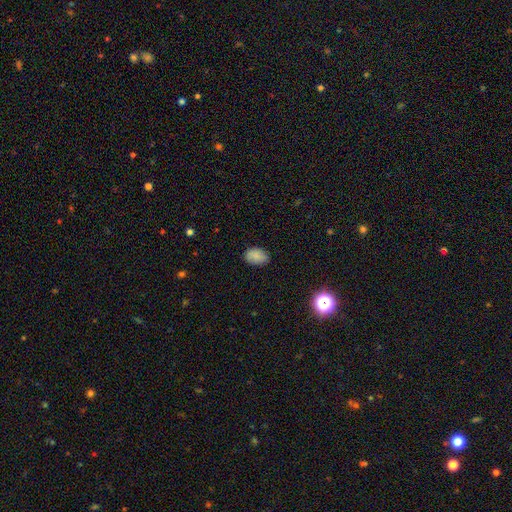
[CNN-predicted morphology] smooth-or-featured: smooth: 86% | star or artifact: 9% | featured or disk: 5%
  how-rounded: in between: 85% | round: 14% | cigar-shaped: 1%
  merging: none: 81% | minor disturbance: 15% | major disturbance: 3% | merger: 1%